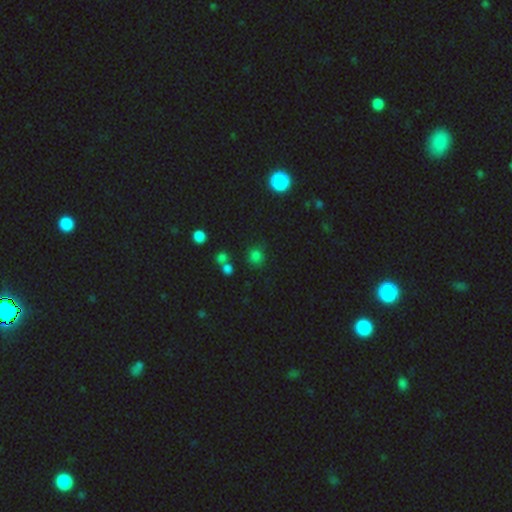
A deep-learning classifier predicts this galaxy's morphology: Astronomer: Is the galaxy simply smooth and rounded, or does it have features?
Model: smooth — 71%.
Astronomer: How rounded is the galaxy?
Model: round — 86%.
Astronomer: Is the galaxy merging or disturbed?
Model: none — 74%.